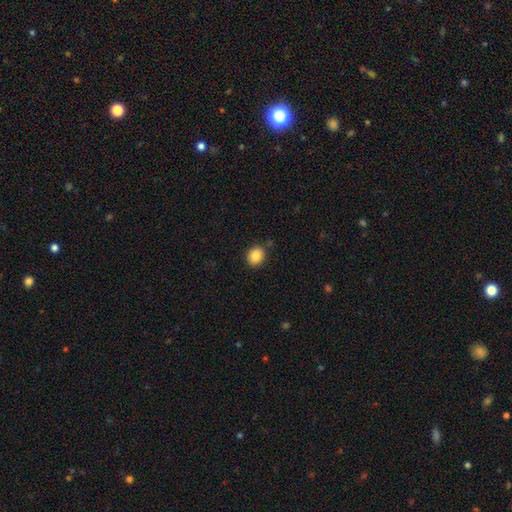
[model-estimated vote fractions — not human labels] Smooth or featured? Predicted: smooth (p=0.87). How rounded? Predicted: round (p=0.63). Merging? Predicted: none (p=0.82).